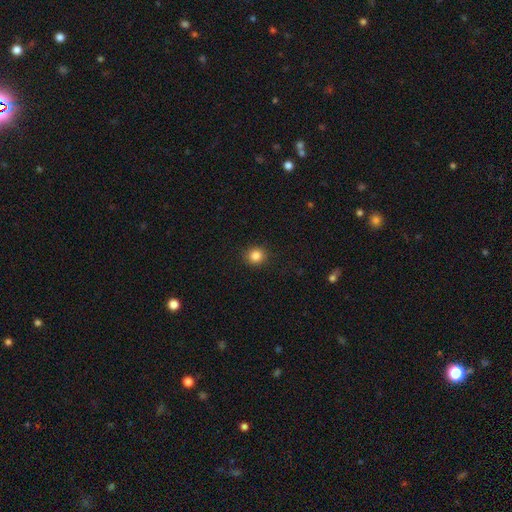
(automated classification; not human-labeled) smooth-or-featured: smooth: 85% | star or artifact: 11% | featured or disk: 4%
  how-rounded: round: 89% | in between: 10% | cigar-shaped: 1%
  merging: none: 91% | minor disturbance: 6% | major disturbance: 2% | merger: 1%